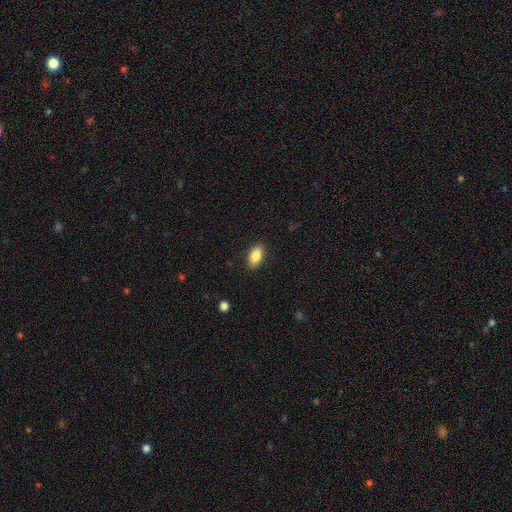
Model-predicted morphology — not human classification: smooth 86%, star or artifact 7%, featured or disk 7%. Down the decision tree: how rounded — in between (92%); merging — none (89%).